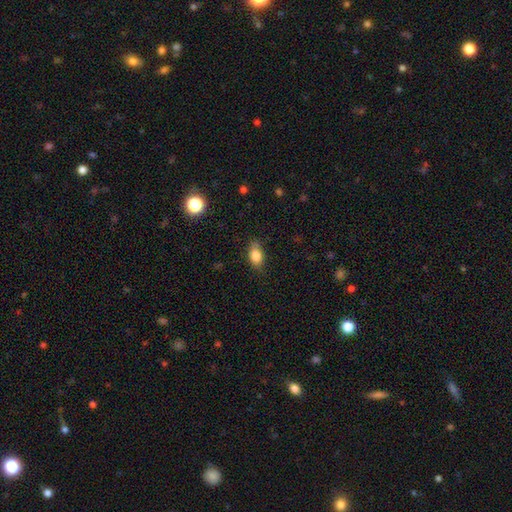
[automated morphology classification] Q: Smooth or featured?
A: smooth (82%); runner-up: featured or disk (9%)
Q: How rounded?
A: in between (84%); runner-up: round (11%)
Q: Merging?
A: none (76%); runner-up: minor disturbance (19%)